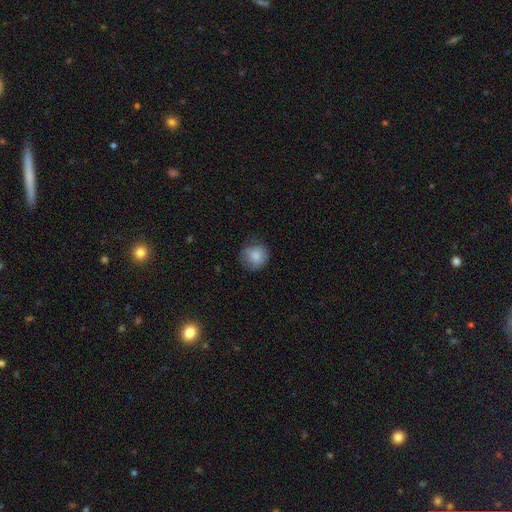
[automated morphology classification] smooth 85%, star or artifact 8%, featured or disk 7%. Down the decision tree: how rounded — round (89%); merging — none (78%).